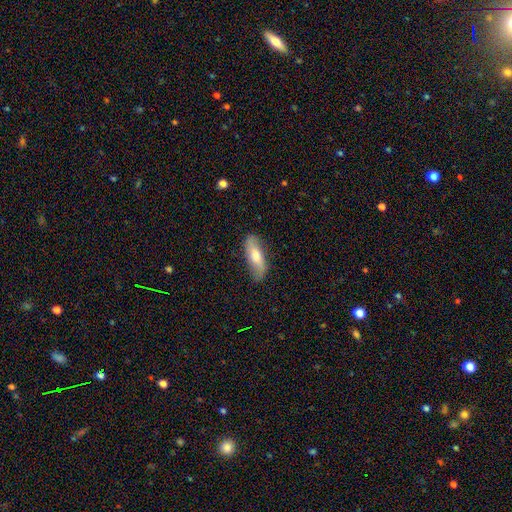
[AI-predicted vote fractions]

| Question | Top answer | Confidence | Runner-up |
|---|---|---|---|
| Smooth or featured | smooth | 53% | featured or disk (41%) |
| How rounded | in between | 55% | cigar-shaped (42%) |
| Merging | none | 80% | minor disturbance (15%) |